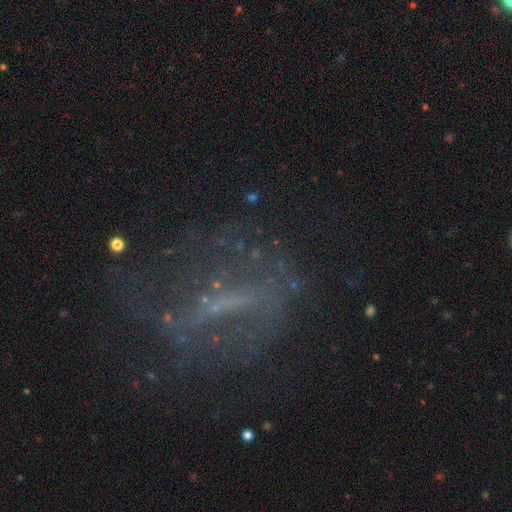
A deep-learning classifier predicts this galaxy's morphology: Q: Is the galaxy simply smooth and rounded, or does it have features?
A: featured or disk — 56%.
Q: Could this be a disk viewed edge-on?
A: no — 89%.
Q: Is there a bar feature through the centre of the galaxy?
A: no — 37%.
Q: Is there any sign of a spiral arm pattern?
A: no — 70%.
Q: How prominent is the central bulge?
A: none — 54%.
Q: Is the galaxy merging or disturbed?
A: none — 55%.